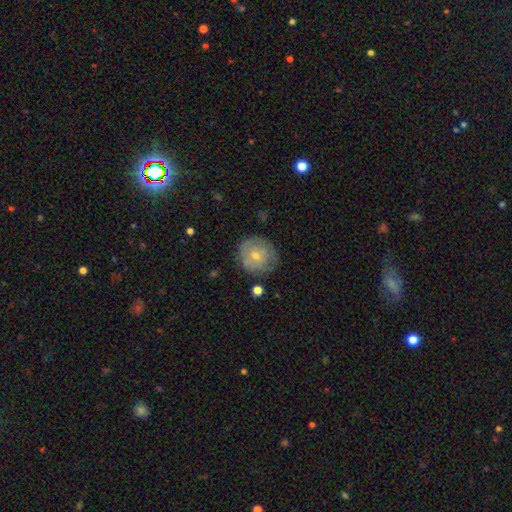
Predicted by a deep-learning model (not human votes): Smooth or featured: smooth — 49% (featured or disk — 41%)
Merging: none — 77% (minor disturbance — 17%)